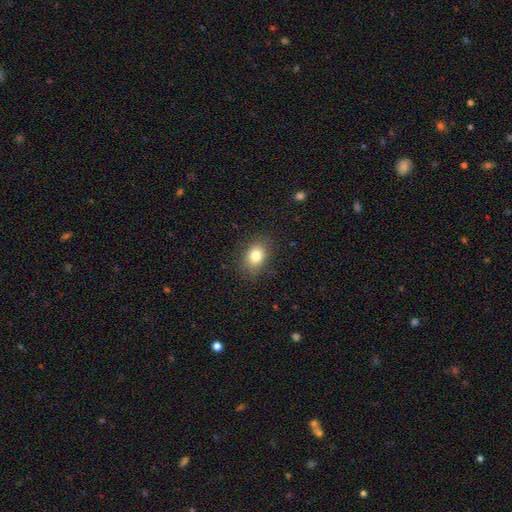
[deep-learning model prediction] smooth 82%, star or artifact 10%, featured or disk 8%. Down the decision tree: how rounded — in between (68%); merging — none (85%).